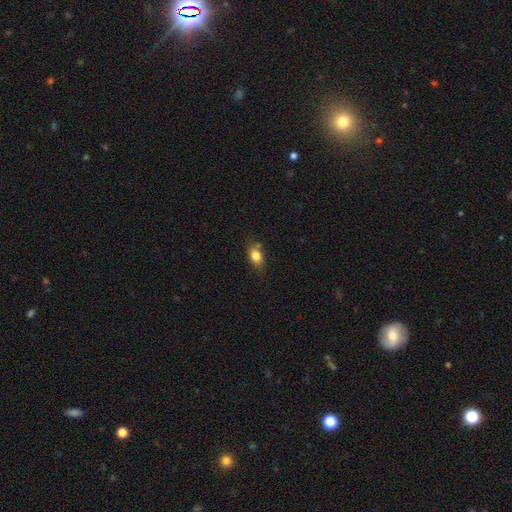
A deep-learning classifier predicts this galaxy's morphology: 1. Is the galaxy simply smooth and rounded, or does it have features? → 81% smooth, 10% featured or disk, 9% star or artifact.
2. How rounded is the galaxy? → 77% in between, 19% round, 4% cigar-shaped.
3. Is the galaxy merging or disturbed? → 65% none, 24% minor disturbance, 6% merger, 5% major disturbance.